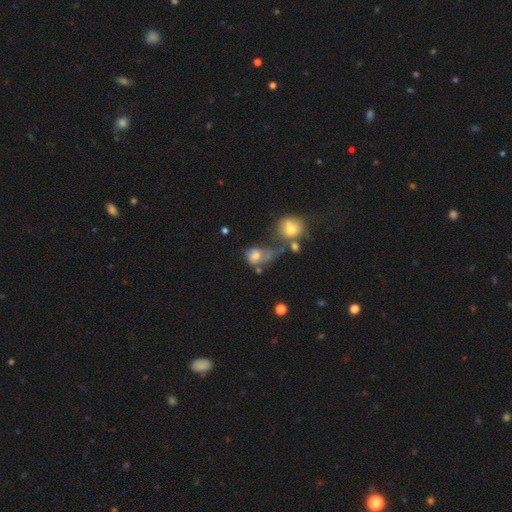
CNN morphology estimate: smooth-or-featured: smooth: 63% | featured or disk: 24% | star or artifact: 14%
  how-rounded: round: 52% | in between: 46% | cigar-shaped: 2%
  merging: merger: 37% | major disturbance: 28% | none: 20% | minor disturbance: 15%